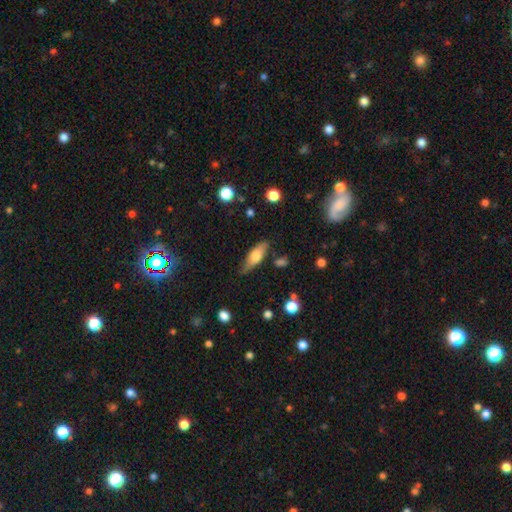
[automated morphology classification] Smooth or featured: smooth — 67% (featured or disk — 27%)
How rounded: in between — 62% (cigar-shaped — 35%)
Merging: none — 72% (minor disturbance — 21%)